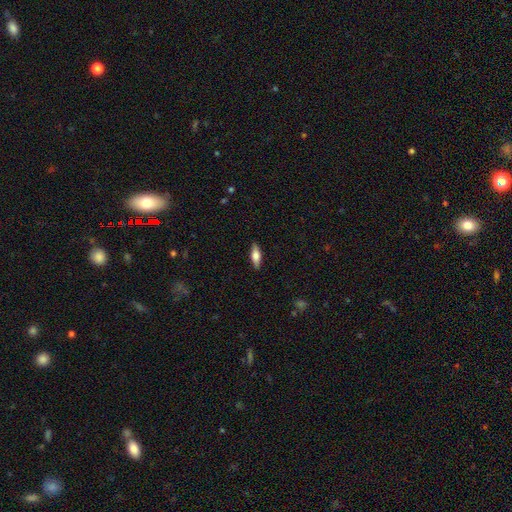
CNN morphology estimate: This is likely a smooth galaxy (61%). How rounded: possibly in between (57%). Merging: clearly none (89%).